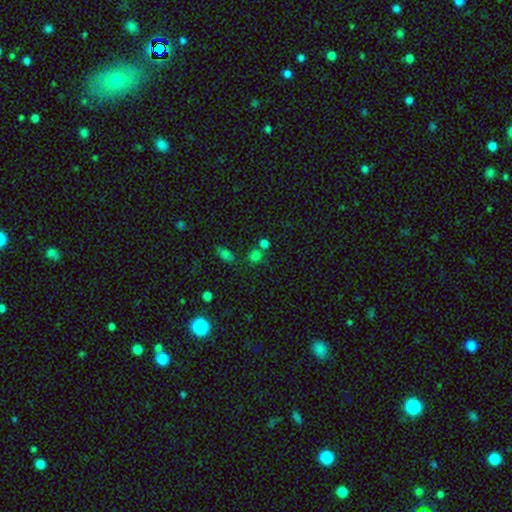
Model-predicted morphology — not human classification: Smooth or featured? smooth (72%)
How rounded? round (85%)
Merging? none (63%)